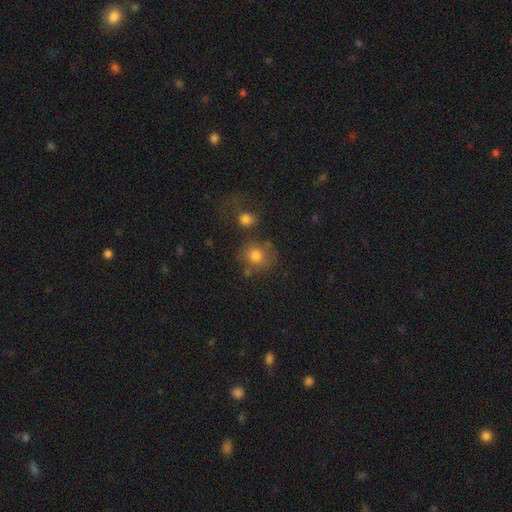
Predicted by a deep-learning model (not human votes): Smooth or featured: smooth — 77% (star or artifact — 12%)
How rounded: round — 79% (in between — 20%)
Merging: none — 59% (minor disturbance — 16%)